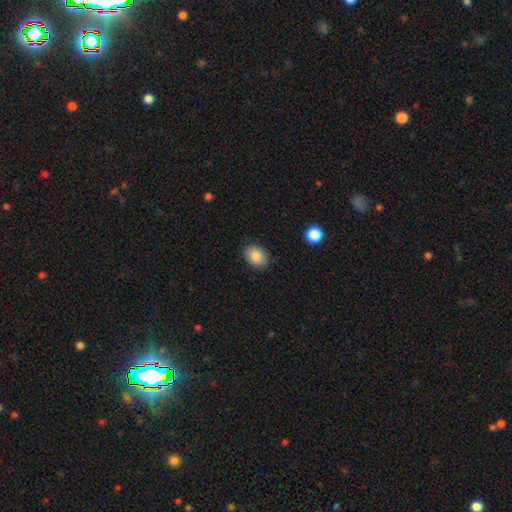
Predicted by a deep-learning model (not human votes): The model was most divided on "how rounded": in between: 62%, round: 37%, cigar-shaped: 1%. More confident: merging — none (88%); smooth or featured — smooth (87%).